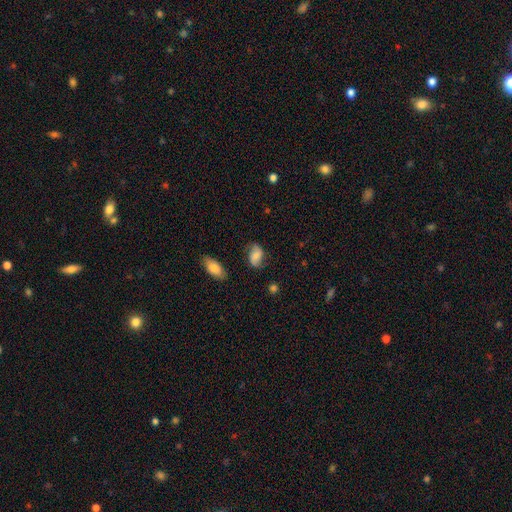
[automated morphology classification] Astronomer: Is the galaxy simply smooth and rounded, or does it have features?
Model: smooth — 56% (runner-up: featured or disk, 35%).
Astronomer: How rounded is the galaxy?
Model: in between — 84%.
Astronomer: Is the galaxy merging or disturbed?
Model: none — 71%.